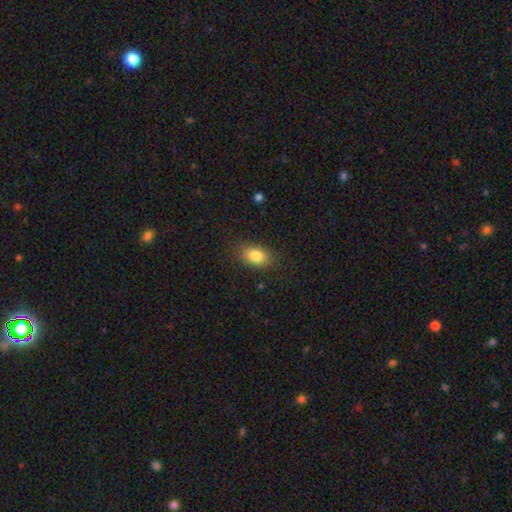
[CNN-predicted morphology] Q: Smooth or featured?
A: smooth (83%); runner-up: featured or disk (8%)
Q: How rounded?
A: in between (83%); runner-up: round (15%)
Q: Merging?
A: none (84%); runner-up: minor disturbance (12%)